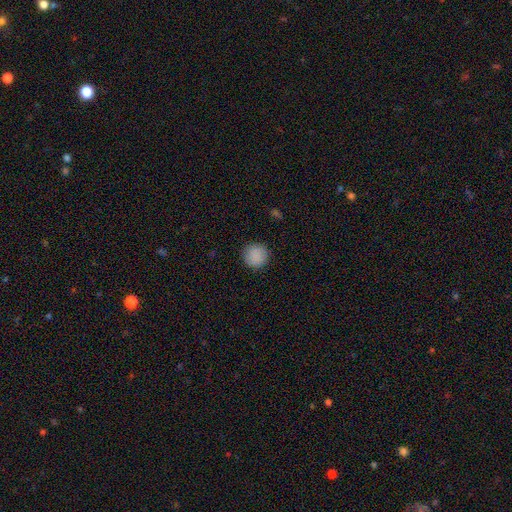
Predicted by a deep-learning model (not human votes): Smooth or featured?
  - smooth: 88% *
  - star or artifact: 8%
  - featured or disk: 4%
How rounded?
  - round: 93% *
  - in between: 6%
  - cigar-shaped: 1%
Merging?
  - none: 89% *
  - minor disturbance: 7%
  - major disturbance: 2%
  - merger: 1%